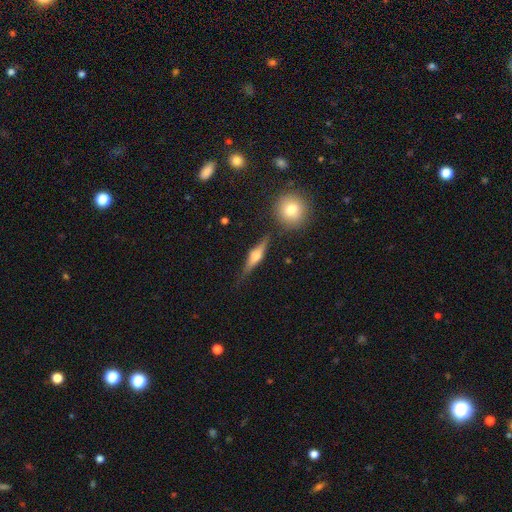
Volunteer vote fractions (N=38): Morphology: type=featured or disk (79%); edge-on=yes (100%); edge-on bulge=rounded (97%); merging=none (91%).